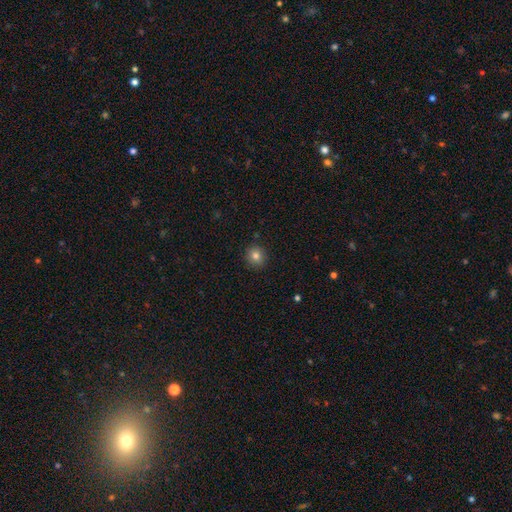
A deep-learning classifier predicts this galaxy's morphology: This is clearly a smooth galaxy (80%). How rounded: clearly round (87%). Merging: clearly none (90%).